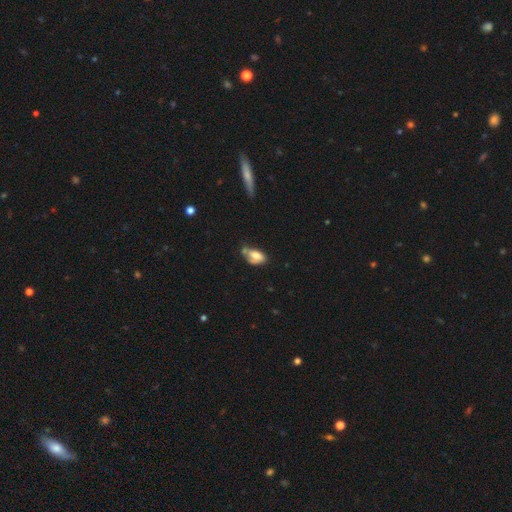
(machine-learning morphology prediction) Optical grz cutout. It shows a smooth galaxy with no disk features (61%) that is in between round and cigar-shaped (90%). Merging: minor disturbance (32%).